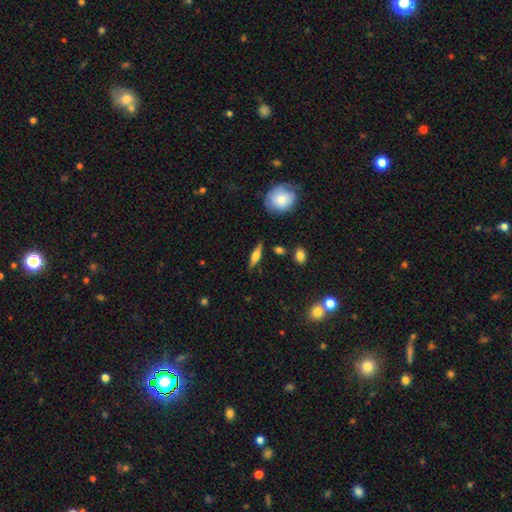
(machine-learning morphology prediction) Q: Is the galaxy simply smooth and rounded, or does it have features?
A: featured or disk — 50%.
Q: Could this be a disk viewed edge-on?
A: yes — 93%.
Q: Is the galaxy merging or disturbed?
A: none — 83%.